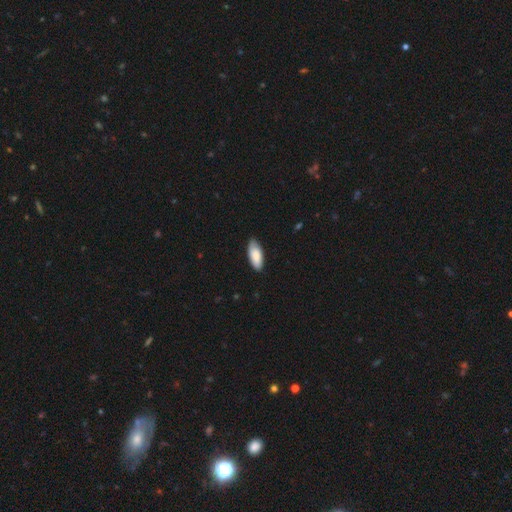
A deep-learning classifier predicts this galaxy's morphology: smooth 84%, featured or disk 11%, star or artifact 5%. Down the decision tree: how rounded — in between (85%); merging — none (83%).